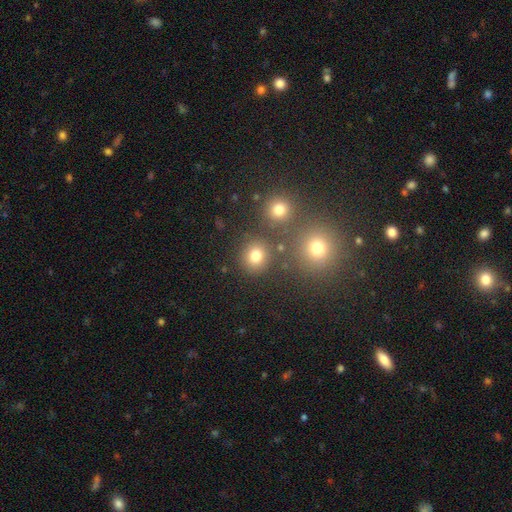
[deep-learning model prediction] A smooth galaxy with no disk features (76%) that is round (84%). Merging: none (81%).